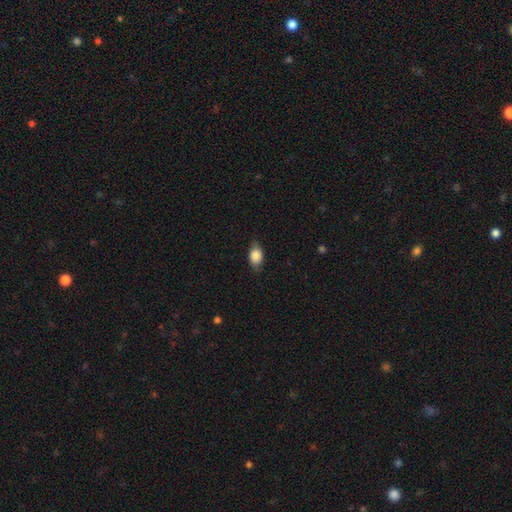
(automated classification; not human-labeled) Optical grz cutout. It shows a smooth galaxy with no disk features (82%) that is in between round and cigar-shaped (85%). Merging: none (76%).